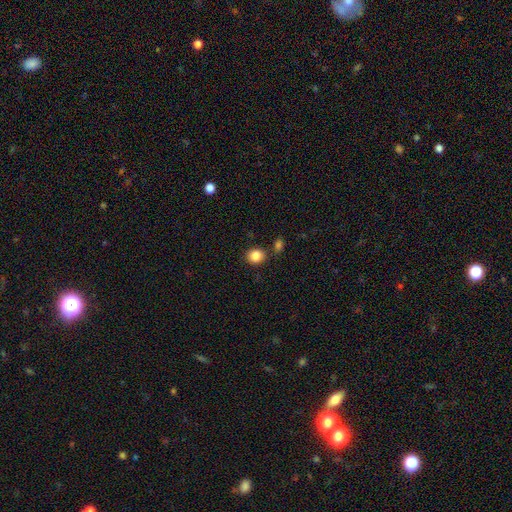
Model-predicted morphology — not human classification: Q: Smooth or featured?
A: smooth (86%); runner-up: star or artifact (9%)
Q: How rounded?
A: round (70%); runner-up: in between (29%)
Q: Merging?
A: none (79%); runner-up: minor disturbance (10%)